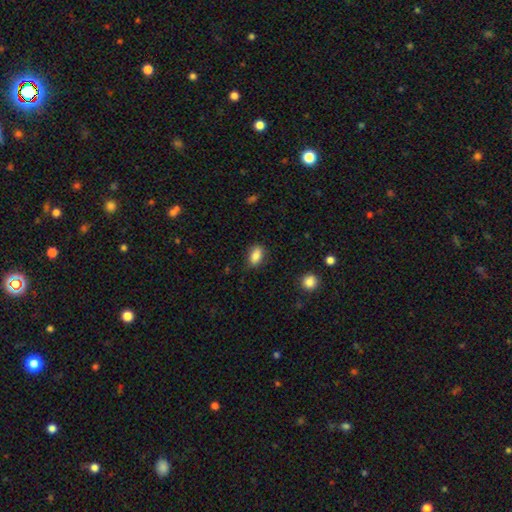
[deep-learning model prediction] Morphology: type=smooth (87%); roundness=in between (88%); merging=none (84%).